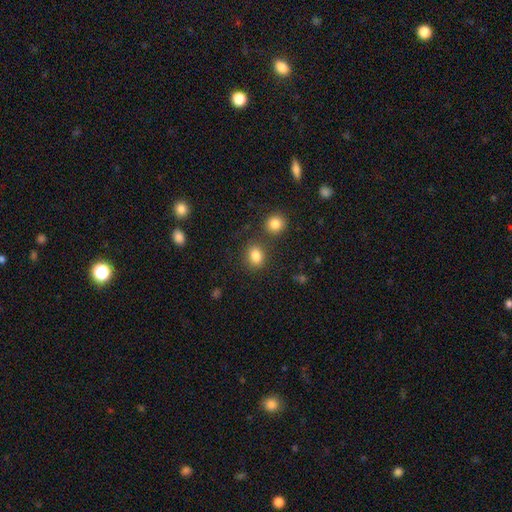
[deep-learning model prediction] Morphology: type=smooth (84%); roundness=round (54%); merging=none (74%).